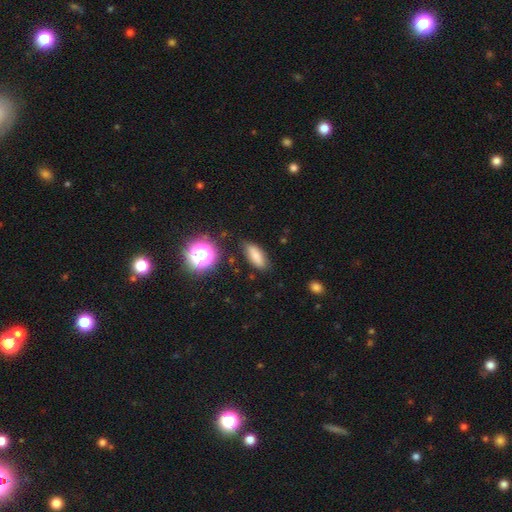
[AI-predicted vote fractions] smooth 77%, star or artifact 12%, featured or disk 11%. Down the decision tree: how rounded — in between (73%); merging — none (79%).